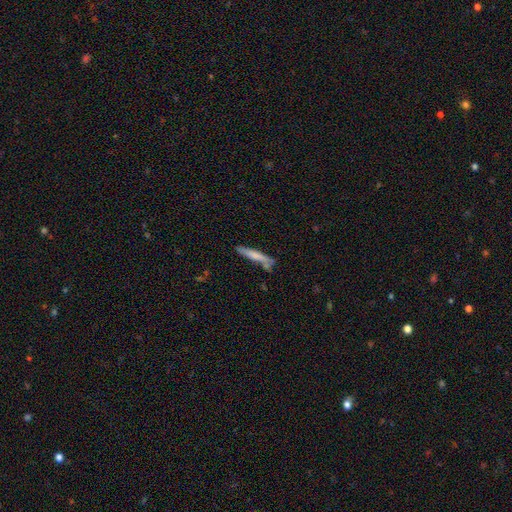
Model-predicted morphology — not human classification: Smooth or featured? smooth (67%)
How rounded? cigar-shaped (93%)
Merging? none (72%)